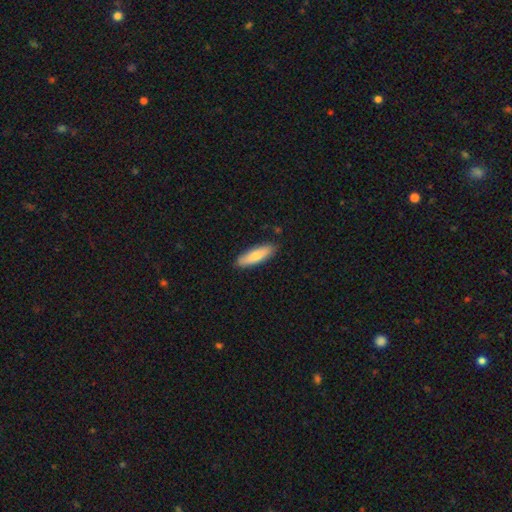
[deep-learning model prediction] Morphology: type=smooth (76%); roundness=cigar-shaped (55%); merging=none (87%).